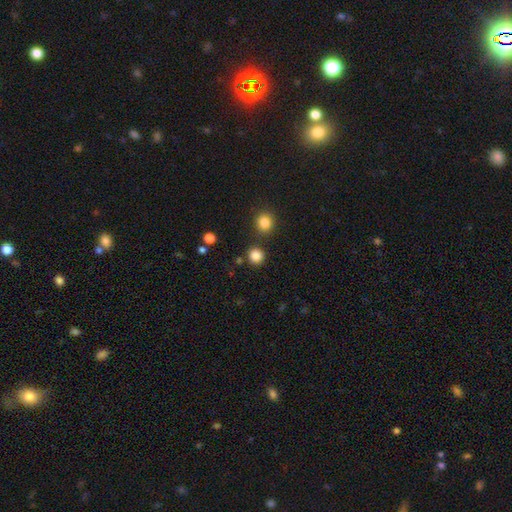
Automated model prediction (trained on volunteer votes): Q: Smooth or featured?
A: smooth (84%); runner-up: star or artifact (12%)
Q: How rounded?
A: round (91%); runner-up: in between (8%)
Q: Merging?
A: none (85%); runner-up: minor disturbance (7%)